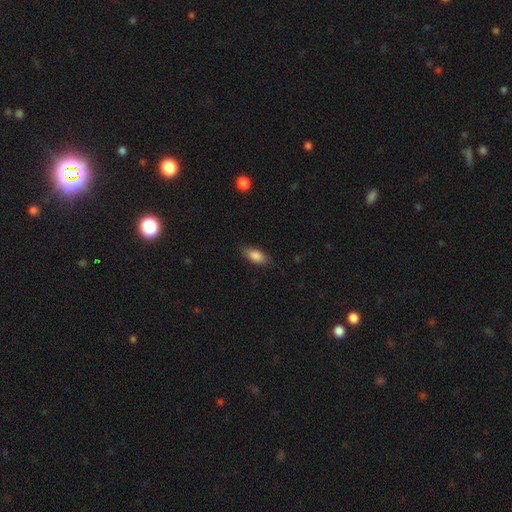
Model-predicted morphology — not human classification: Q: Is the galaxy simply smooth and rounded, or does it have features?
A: smooth — 86%.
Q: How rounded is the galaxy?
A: in between — 84%.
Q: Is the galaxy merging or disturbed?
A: none — 85%.